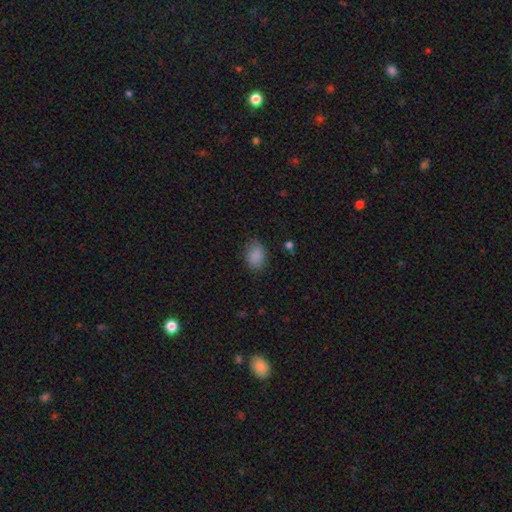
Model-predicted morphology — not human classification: Smooth or featured: smooth — 87% (star or artifact — 8%)
How rounded: in between — 76% (round — 23%)
Merging: none — 79% (minor disturbance — 16%)